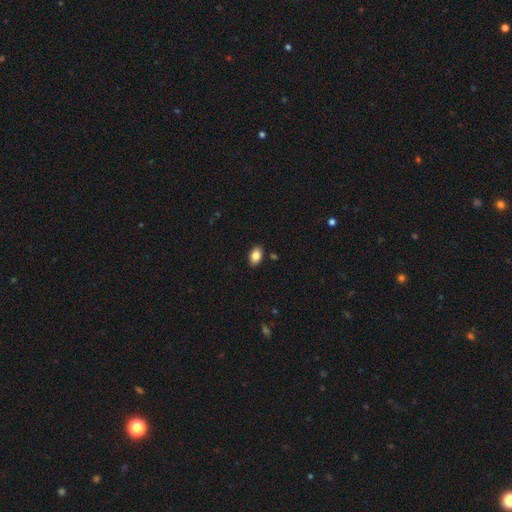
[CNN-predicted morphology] Smooth or featured? Predicted: smooth (p=0.84). How rounded? Predicted: in between (p=0.90). Merging? Predicted: none (p=0.87).